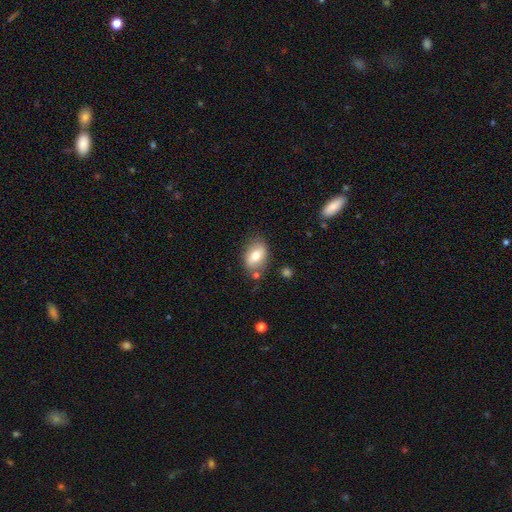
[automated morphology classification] Smooth or featured?
  - smooth: 70% *
  - featured or disk: 22%
  - star or artifact: 8%
How rounded?
  - in between: 84% *
  - round: 15%
  - cigar-shaped: 2%
Merging?
  - none: 73% *
  - minor disturbance: 16%
  - merger: 6%
  - major disturbance: 4%